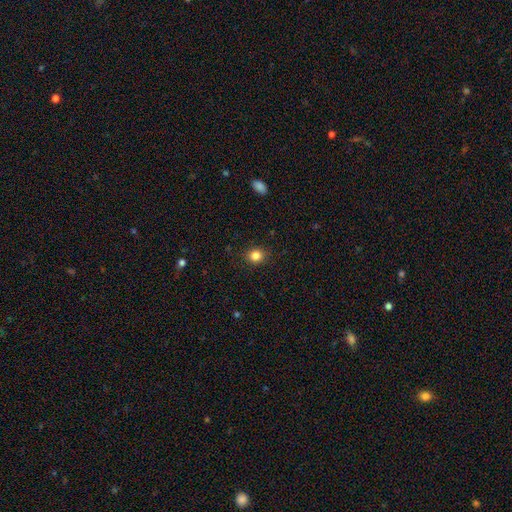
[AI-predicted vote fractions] smooth-or-featured: smooth: 84% | star or artifact: 11% | featured or disk: 4%
  how-rounded: round: 76% | in between: 23% | cigar-shaped: 1%
  merging: none: 89% | minor disturbance: 8% | major disturbance: 2% | merger: 1%